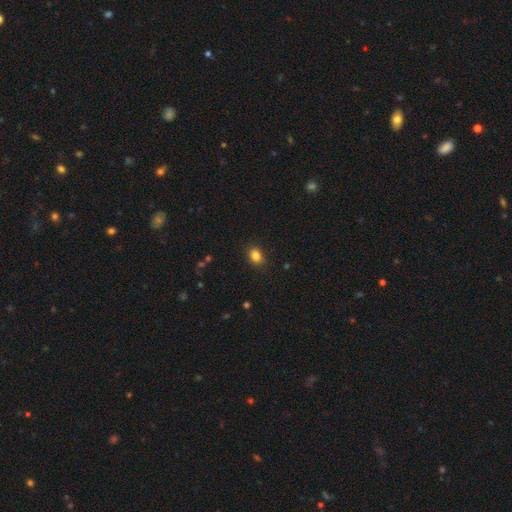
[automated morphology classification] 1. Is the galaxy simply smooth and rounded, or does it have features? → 84% smooth, 11% star or artifact, 5% featured or disk.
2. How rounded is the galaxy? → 57% in between, 42% round, 1% cigar-shaped.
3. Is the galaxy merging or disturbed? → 87% none, 9% minor disturbance, 2% major disturbance, 1% merger.